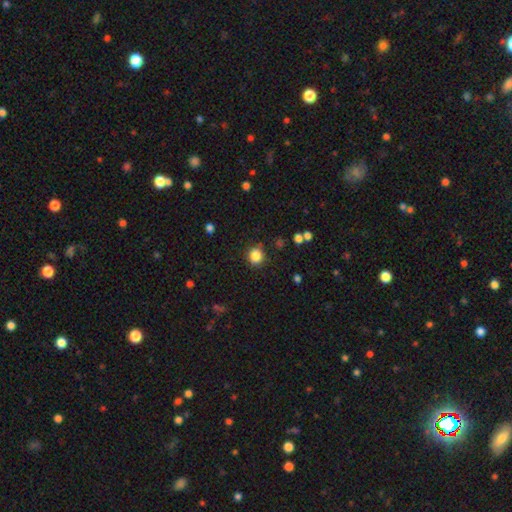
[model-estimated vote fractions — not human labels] The model was most divided on "how rounded": round: 86%, in between: 14%, cigar-shaped: 1%. More confident: merging — none (87%); smooth or featured — smooth (85%).